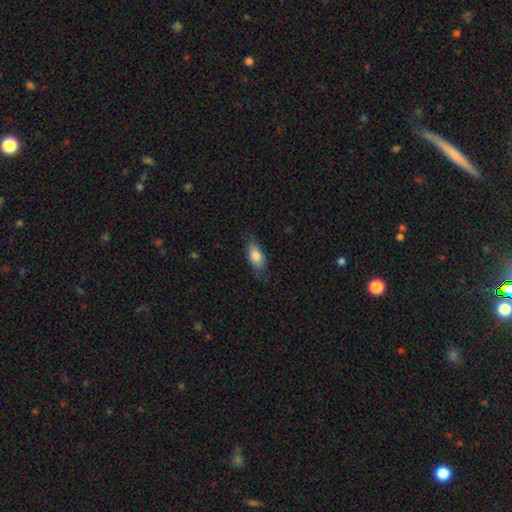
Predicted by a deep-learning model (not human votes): Smooth or featured? smooth (81%)
How rounded? in between (82%)
Merging? none (76%)